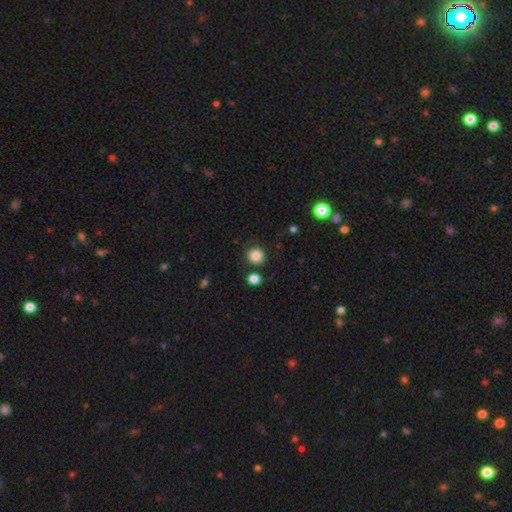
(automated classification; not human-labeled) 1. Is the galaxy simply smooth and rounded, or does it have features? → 85% smooth, 11% star or artifact, 4% featured or disk.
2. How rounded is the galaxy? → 92% round, 7% in between, 1% cigar-shaped.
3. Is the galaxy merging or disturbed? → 84% none, 8% minor disturbance, 5% merger, 3% major disturbance.